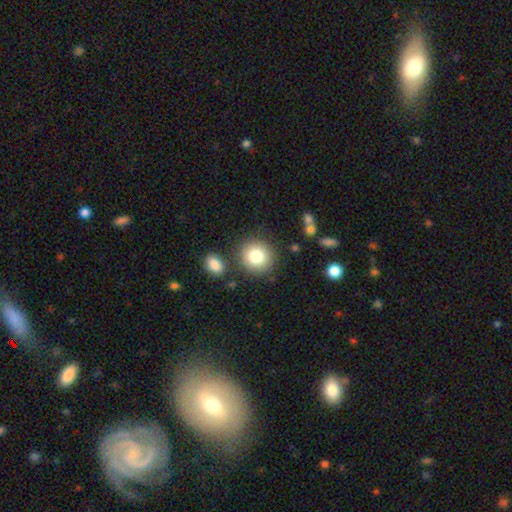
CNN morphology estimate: A smooth galaxy with no disk features (82%) that is round (89%).

Vote fractions:
- Smooth or featured? smooth: 82% / star or artifact: 9% / featured or disk: 9%
- How rounded? round: 89% / in between: 10% / cigar-shaped: 1%
- Merging? none: 82% / minor disturbance: 8% / merger: 7% / major disturbance: 3%